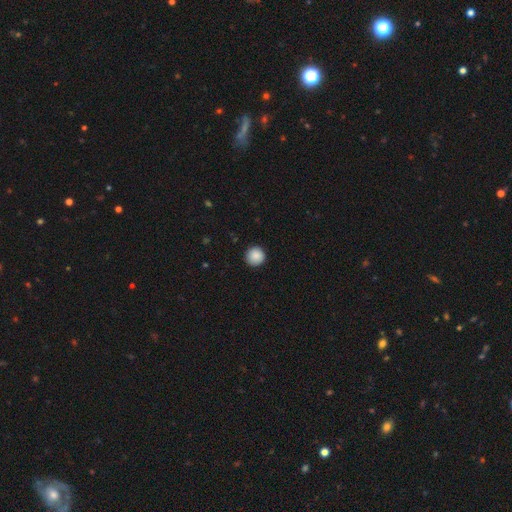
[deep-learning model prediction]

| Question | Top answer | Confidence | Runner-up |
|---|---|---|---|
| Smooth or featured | smooth | 89% | star or artifact (8%) |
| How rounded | round | 96% | in between (3%) |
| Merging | none | 92% | minor disturbance (6%) |